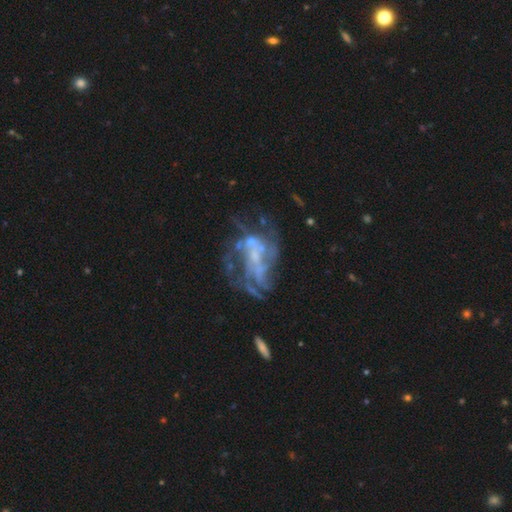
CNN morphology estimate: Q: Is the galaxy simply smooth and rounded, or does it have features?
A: featured or disk — 76%.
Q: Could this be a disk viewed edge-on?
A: no — 97%.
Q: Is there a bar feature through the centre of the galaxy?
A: no — 72%.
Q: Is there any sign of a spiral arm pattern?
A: yes — 52%.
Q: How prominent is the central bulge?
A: none — 49%.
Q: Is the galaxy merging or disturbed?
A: none — 38%.